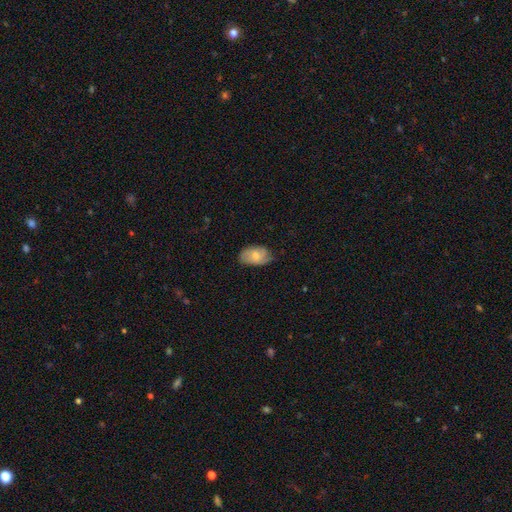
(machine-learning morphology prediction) Smooth or featured? smooth (58%)
How rounded? in between (90%)
Merging? none (64%)